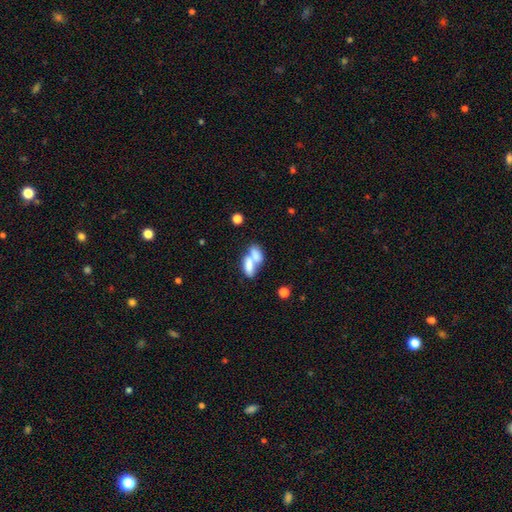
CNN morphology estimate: Smooth or featured? Predicted: smooth (p=0.69). How rounded? Predicted: in between (p=0.82). Merging? Predicted: merger (p=0.71).